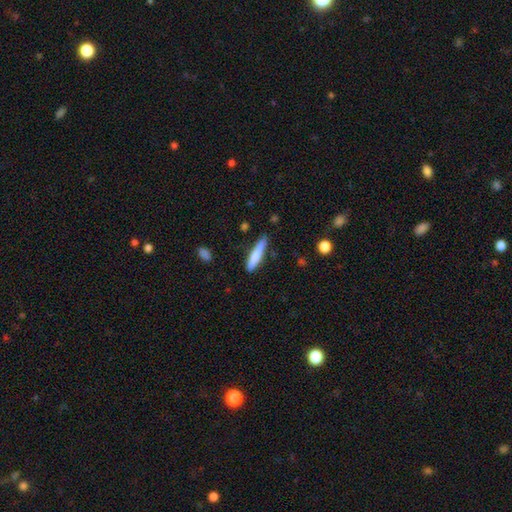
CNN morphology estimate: This is likely a smooth galaxy (73%). How rounded: clearly cigar-shaped (86%). Merging: likely none (79%).